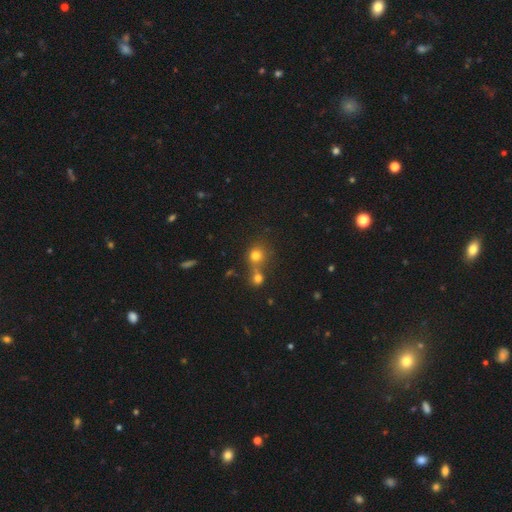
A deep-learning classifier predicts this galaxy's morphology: smooth_or_featured: smooth (p=0.75) [alt: star or artifact p=0.16]
how_rounded: round (p=0.86) [alt: in between p=0.13]
merging: none (p=0.49) [alt: merger p=0.39]